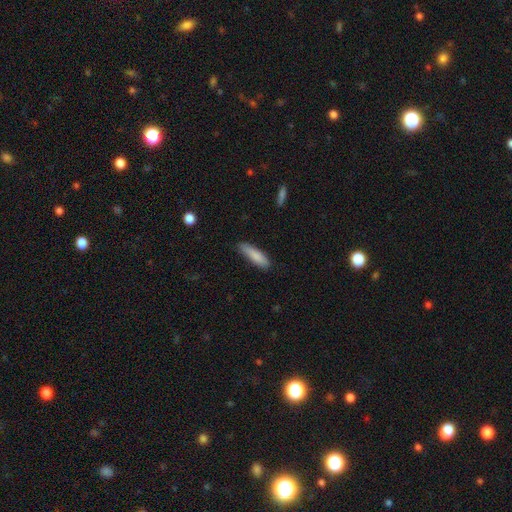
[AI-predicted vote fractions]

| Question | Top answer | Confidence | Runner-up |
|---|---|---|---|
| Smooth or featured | smooth | 85% | featured or disk (9%) |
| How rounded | cigar-shaped | 68% | in between (30%) |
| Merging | none | 78% | minor disturbance (18%) |